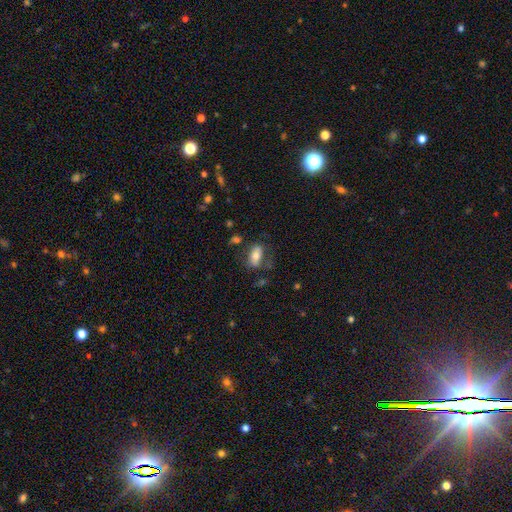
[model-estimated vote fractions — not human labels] This appears to be a smooth galaxy with no disk features (70%) that is in between round and cigar-shaped (84%). Merging: none (67%).